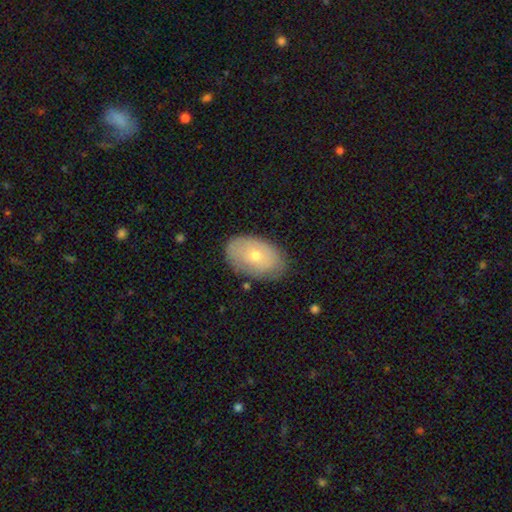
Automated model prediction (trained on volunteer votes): Smooth or featured? smooth (59%)
How rounded? in between (88%)
Merging? none (76%)